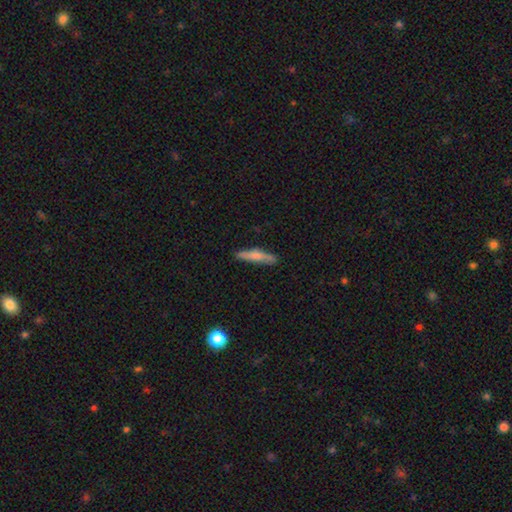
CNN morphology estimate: Overall: smooth (65%; featured or disk 29%). How rounded: cigar-shaped (87%). Merging: none (82%).